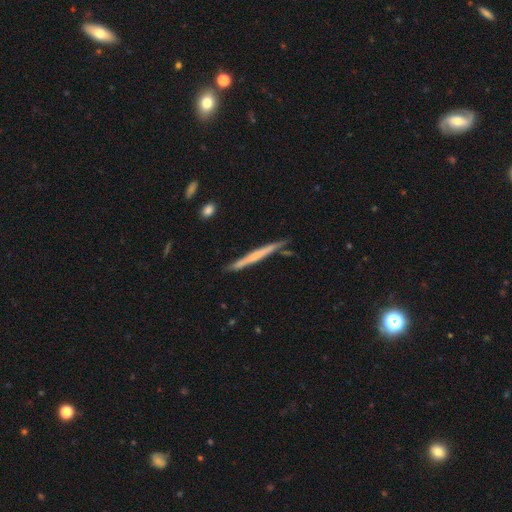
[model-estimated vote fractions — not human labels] Smooth or featured? Predicted: featured or disk (p=0.53). Edge-on disk? Predicted: yes (p=0.97). Edge-on bulge? Predicted: none (p=0.72). Merging? Predicted: none (p=0.85).